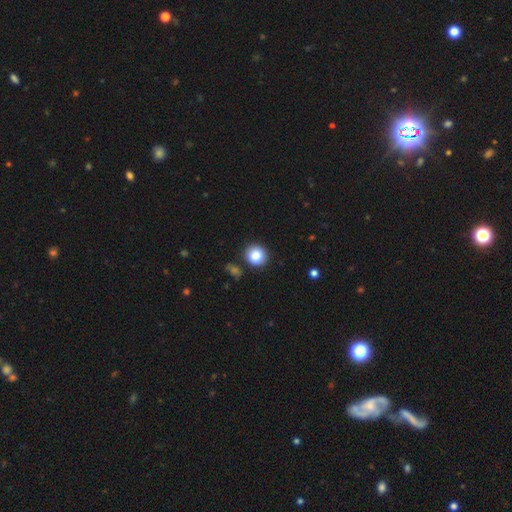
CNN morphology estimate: This appears to be a smooth galaxy with no disk features (84%) that is round (91%). Merging: none (88%).